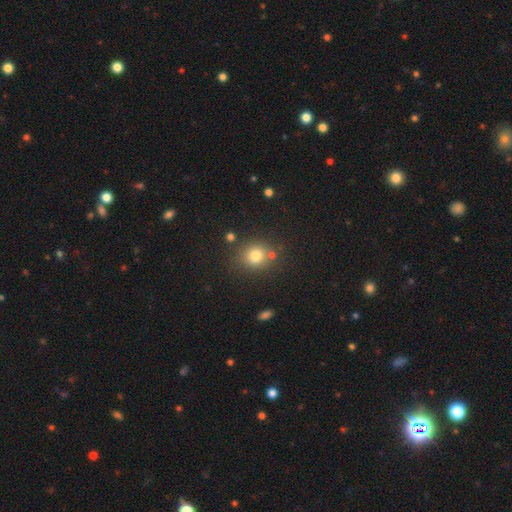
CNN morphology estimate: Smooth or featured? Predicted: smooth (p=0.78). How rounded? Predicted: round (p=0.78). Merging? Predicted: none (p=0.74).